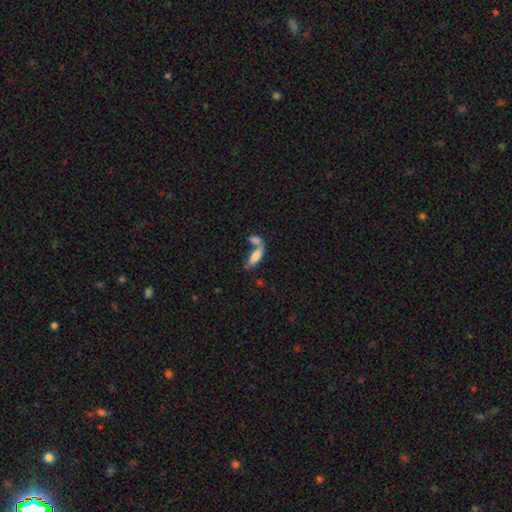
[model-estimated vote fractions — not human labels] Smooth or featured: smooth — 77% (featured or disk — 15%)
How rounded: in between — 70% (cigar-shaped — 27%)
Merging: merger — 61% (none — 24%)